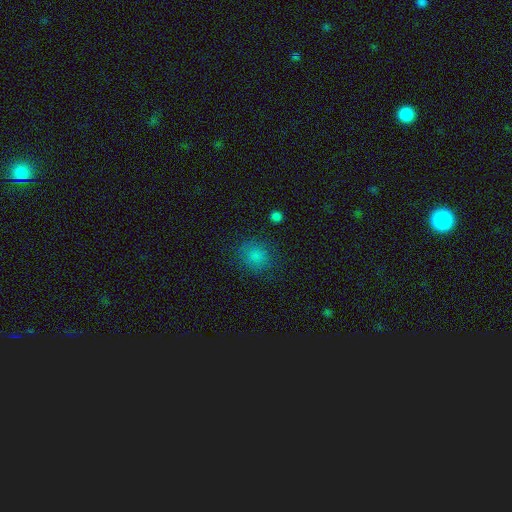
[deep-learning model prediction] Smooth or featured: smooth — 79% (star or artifact — 15%)
How rounded: round — 80% (in between — 19%)
Merging: none — 82% (minor disturbance — 12%)